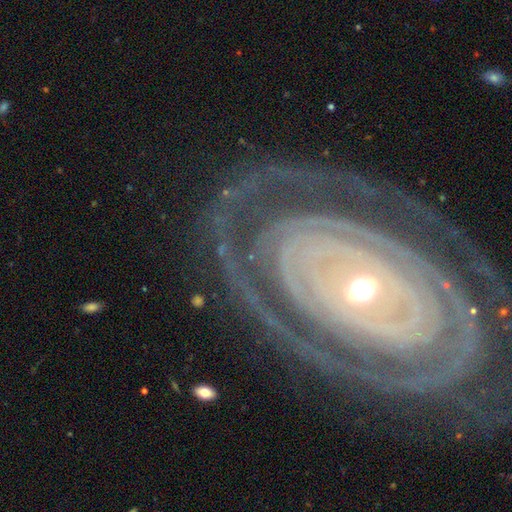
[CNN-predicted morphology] smooth-or-featured: featured or disk: 86% | smooth: 8% | star or artifact: 5%
  disk-edge-on: no: 95% | yes: 5%
    bar: no: 73% | weak: 14% | strong: 12%
    has-spiral-arms: yes: 86% | no: 14%
      spiral-winding: tight: 85% | medium: 11% | loose: 4%
      spiral-arm-count: can't tell: 33% | 2: 26% | 3: 13% | more than 4: 10% | 4: 10% | 1: 8%
    bulge-size: small: 48% | moderate: 46% | large: 4% | dominant: 1% | none: 1%
  merging: none: 78% | minor disturbance: 12% | major disturbance: 8% | merger: 2%